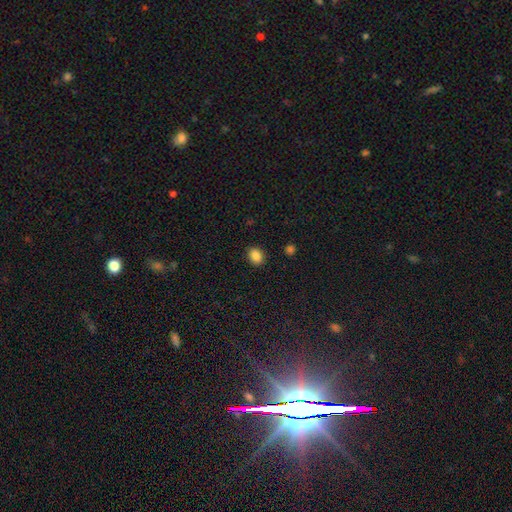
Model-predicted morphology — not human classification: Smooth or featured: smooth — 86% (star or artifact — 10%)
How rounded: in between — 53% (round — 46%)
Merging: none — 89% (minor disturbance — 8%)